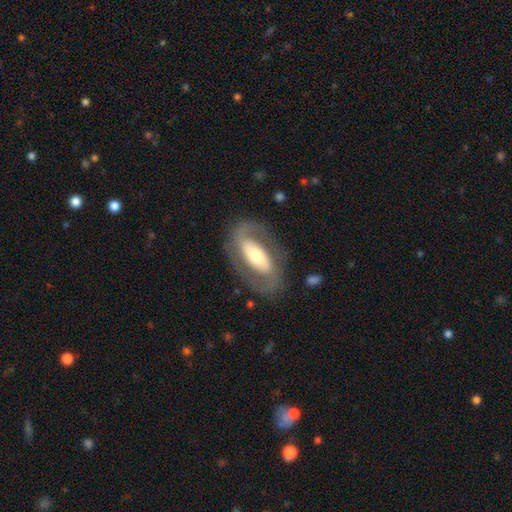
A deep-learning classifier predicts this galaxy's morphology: type=featured or disk (79%); edge-on=no (94%); bar=strong (47%); spiral arms=yes (81%); winding=medium (46%); arm count=2 (87%); bulge=moderate (53%); merging=none (78%).